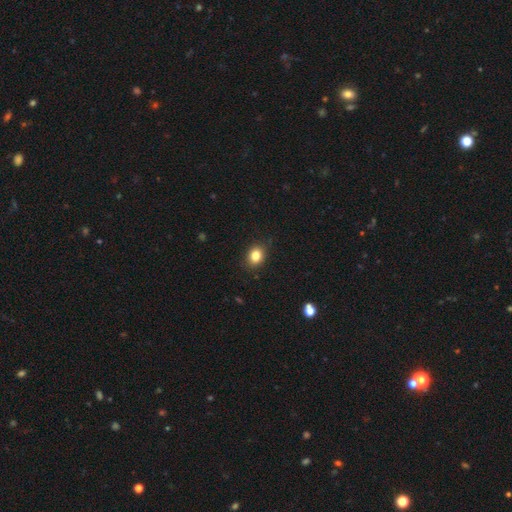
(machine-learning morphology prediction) Q: Smooth or featured?
A: smooth (83%); runner-up: star or artifact (11%)
Q: How rounded?
A: in between (50%); runner-up: round (49%)
Q: Merging?
A: none (87%); runner-up: minor disturbance (10%)